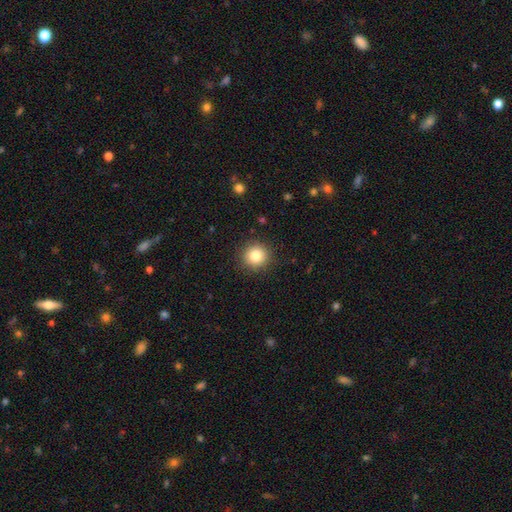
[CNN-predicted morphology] Smooth or featured: smooth — 83% (star or artifact — 11%)
How rounded: round — 94% (in between — 5%)
Merging: none — 91% (minor disturbance — 6%)